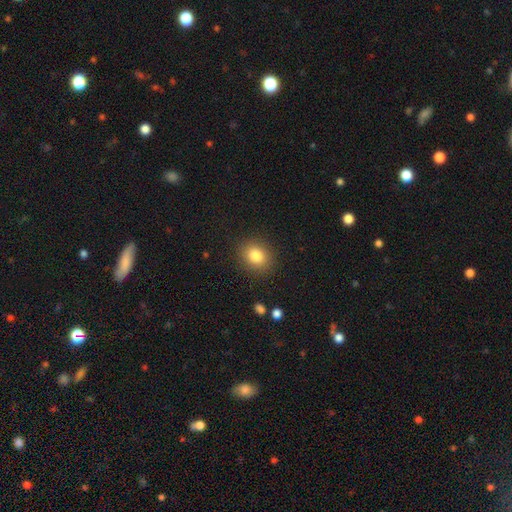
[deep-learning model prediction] Overall: smooth (83%). How rounded: round (63%; in between 36%). Merging: none (88%).